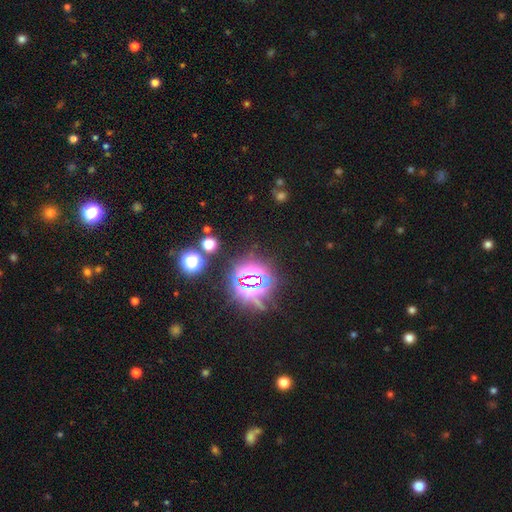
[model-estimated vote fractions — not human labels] smooth_or_featured: star or artifact (p=0.76) [alt: smooth p=0.18]